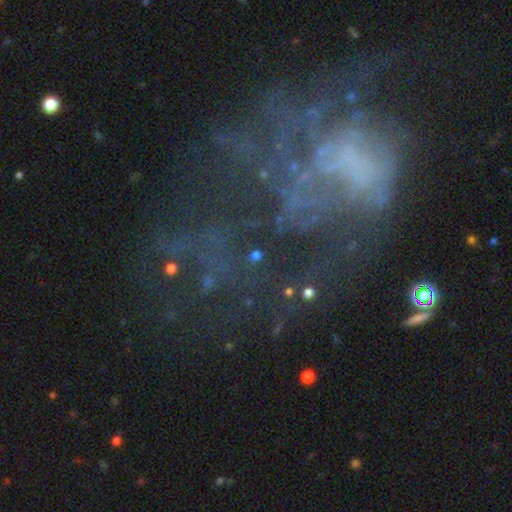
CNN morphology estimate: This appears to be a star or artifact, not a galaxy (44%).